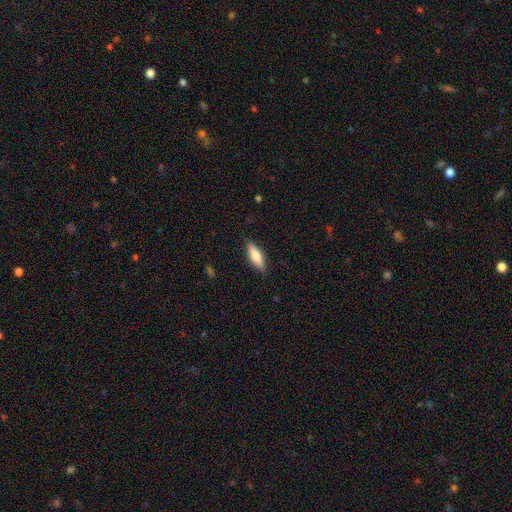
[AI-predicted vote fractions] Smooth or featured? smooth (73%)
How rounded? in between (51%)
Merging? none (87%)